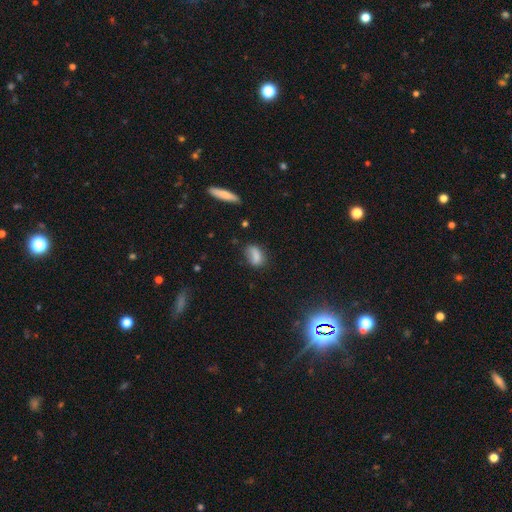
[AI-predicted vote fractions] smooth 78%, featured or disk 11%, star or artifact 11%. Down the decision tree: how rounded — in between (82%); merging — none (57%).